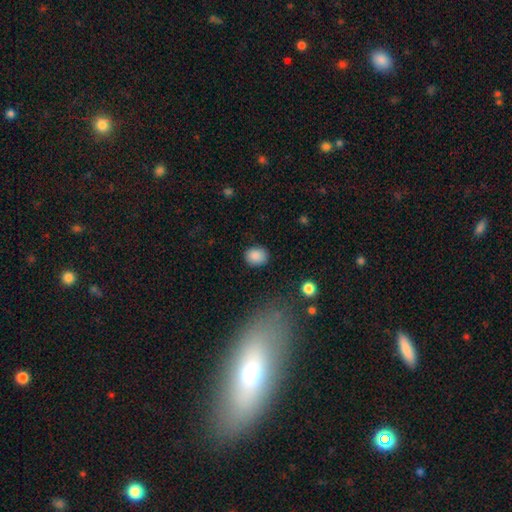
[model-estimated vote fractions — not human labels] This is clearly a smooth galaxy (88%). How rounded: possibly round (59%). Merging: clearly none (85%).